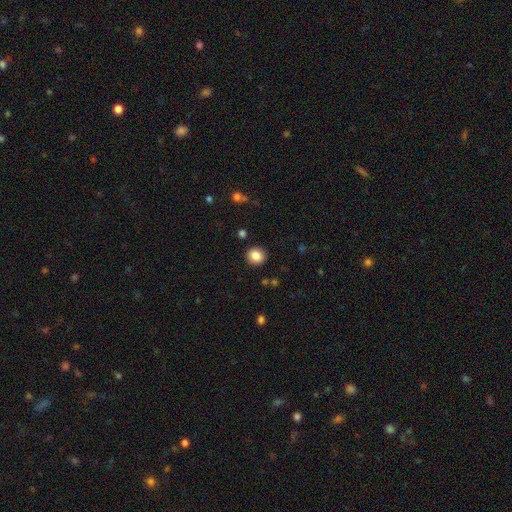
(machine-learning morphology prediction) Smooth or featured?
  - smooth: 85% *
  - star or artifact: 10%
  - featured or disk: 6%
How rounded?
  - round: 86% *
  - in between: 13%
  - cigar-shaped: 1%
Merging?
  - none: 90% *
  - minor disturbance: 6%
  - major disturbance: 2%
  - merger: 2%